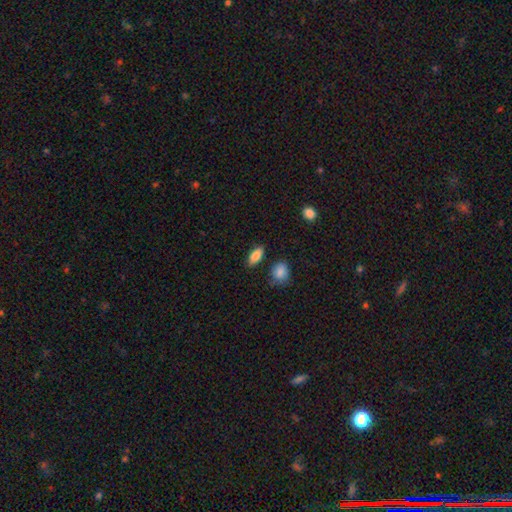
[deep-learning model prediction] smooth 84%, featured or disk 9%, star or artifact 7%. Down the decision tree: how rounded — in between (84%); merging — none (83%).